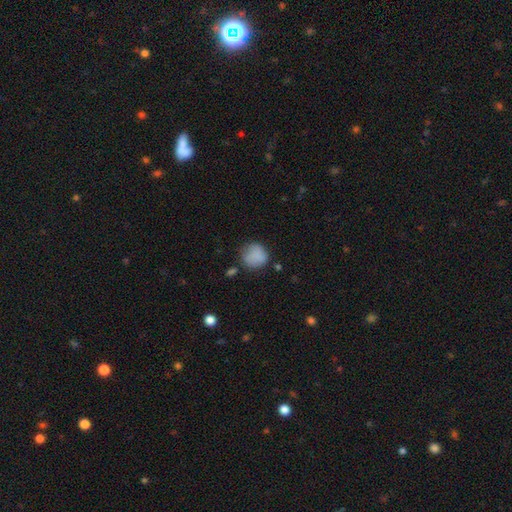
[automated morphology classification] Overall: smooth (82%). How rounded: round (83%). Merging: none (63%; minor disturbance 24%).